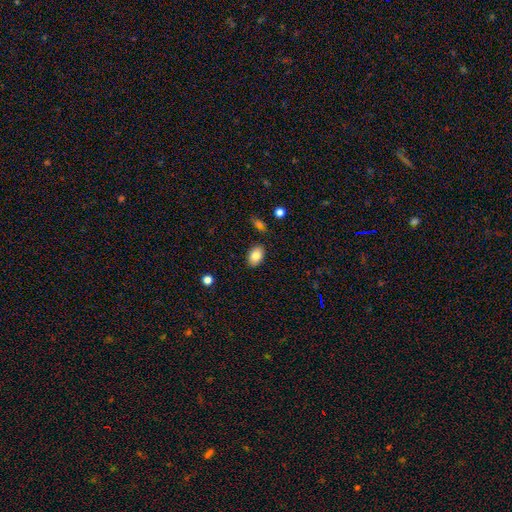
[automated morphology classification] smooth_or_featured: smooth (p=0.83) [alt: featured or disk p=0.09]
how_rounded: in between (p=0.87) [alt: round p=0.12]
merging: none (p=0.86) [alt: minor disturbance p=0.10]